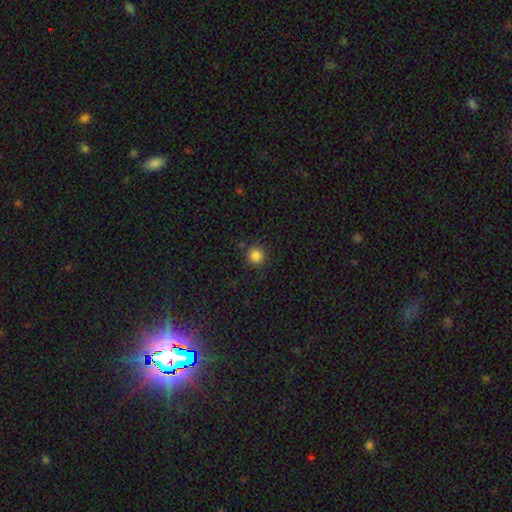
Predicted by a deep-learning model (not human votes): smooth-or-featured: smooth: 85% | star or artifact: 12% | featured or disk: 4%
  how-rounded: round: 94% | in between: 5% | cigar-shaped: 1%
  merging: none: 88% | minor disturbance: 8% | major disturbance: 3% | merger: 2%